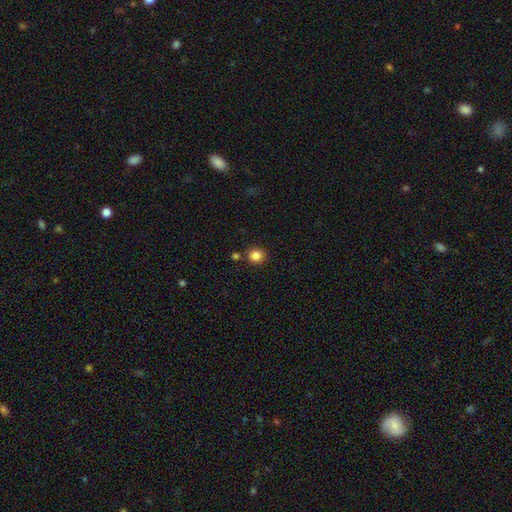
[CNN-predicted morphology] This is clearly a smooth galaxy (85%). How rounded: clearly round (86%). Merging: clearly none (83%).